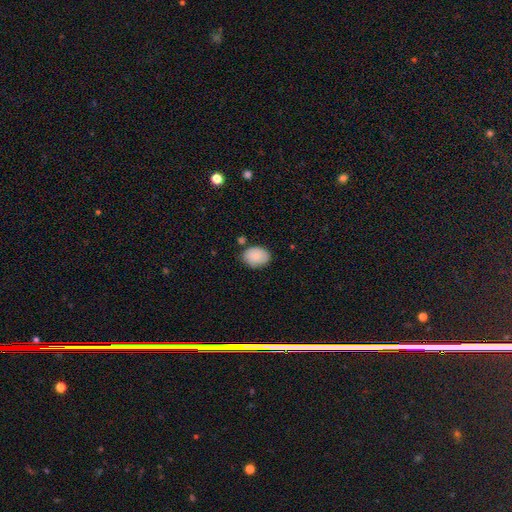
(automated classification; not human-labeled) smooth_or_featured: smooth (p=0.82) [alt: featured or disk p=0.11]
how_rounded: in between (p=0.70) [alt: round p=0.29]
merging: none (p=0.68) [alt: minor disturbance p=0.23]